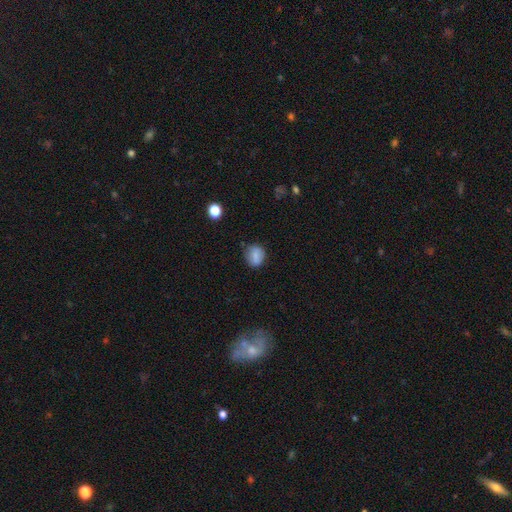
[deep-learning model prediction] This appears to be a smooth galaxy with no disk features (77%) that is round (59%). Merging: none (73%).